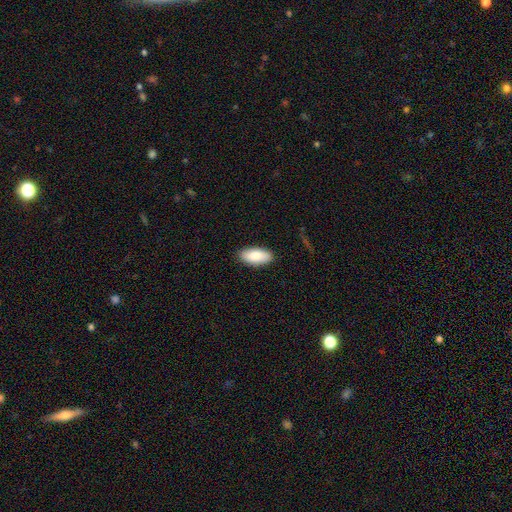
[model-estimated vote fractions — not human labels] smooth 84%, featured or disk 10%, star or artifact 6%. Down the decision tree: how rounded — in between (90%); merging — none (88%).